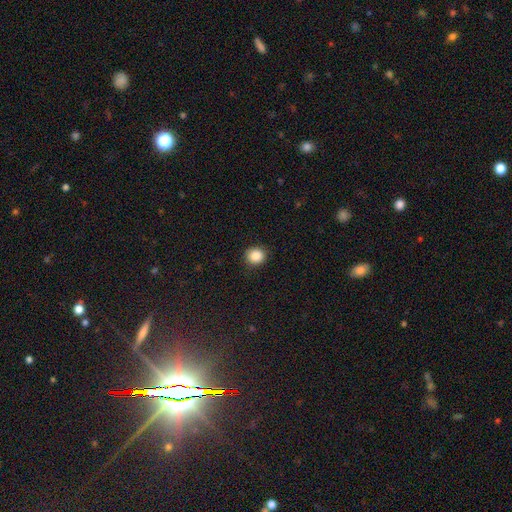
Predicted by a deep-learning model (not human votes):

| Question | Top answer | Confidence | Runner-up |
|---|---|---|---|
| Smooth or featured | smooth | 87% | star or artifact (9%) |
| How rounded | round | 85% | in between (14%) |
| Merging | none | 90% | minor disturbance (7%) |